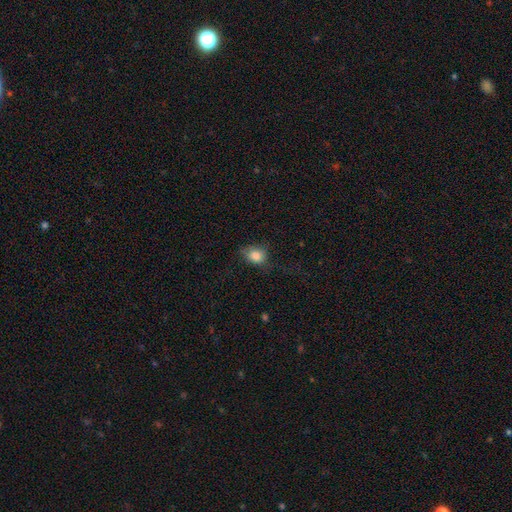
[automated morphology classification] This is clearly a smooth galaxy (83%). How rounded: possibly round (50%). Merging: possibly none (60%).